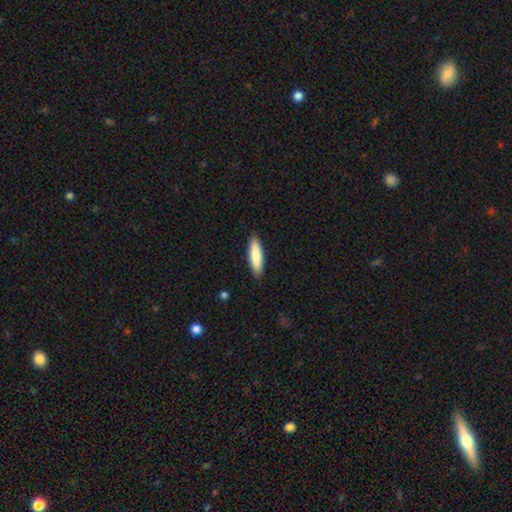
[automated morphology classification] This is clearly a smooth galaxy (84%). How rounded: likely cigar-shaped (71%). Merging: clearly none (89%).